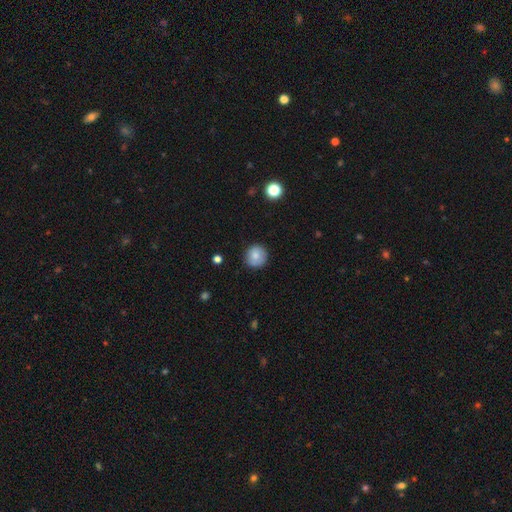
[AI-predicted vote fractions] A smooth galaxy with no disk features (83%) that is round (93%).

Vote fractions:
- Smooth or featured? smooth: 83% / featured or disk: 8% / star or artifact: 8%
- How rounded? round: 93% / in between: 6% / cigar-shaped: 1%
- Merging? none: 88% / minor disturbance: 9% / major disturbance: 2% / merger: 1%